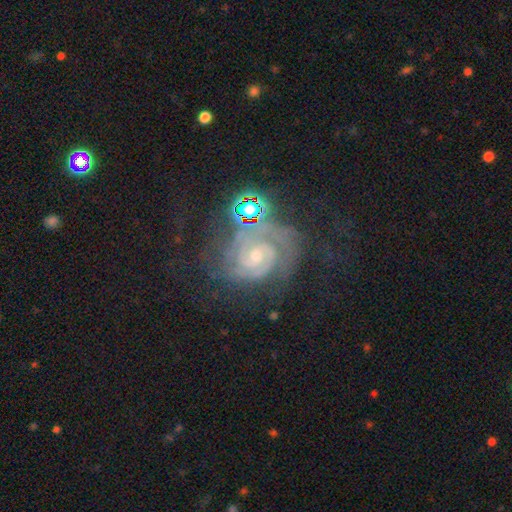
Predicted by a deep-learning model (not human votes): Morphology: type=featured or disk (84%); edge-on=no (98%); bar=no (60%); spiral arms=yes (97%); winding=tight (68%); arm count=2 (59%); bulge=small (60%); merging=none (60%).